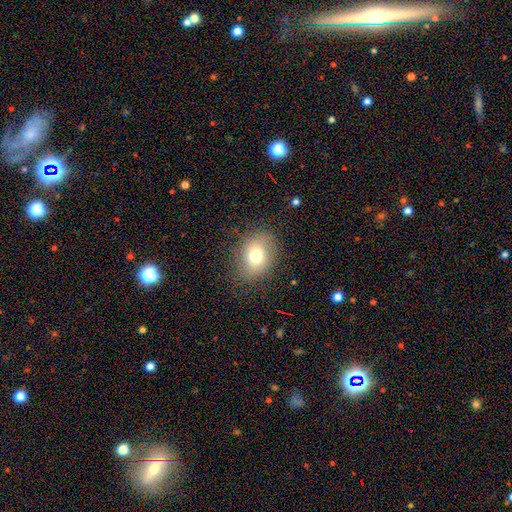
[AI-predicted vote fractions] Overall: smooth (74%). How rounded: in between (61%; round 38%). Merging: none (81%).